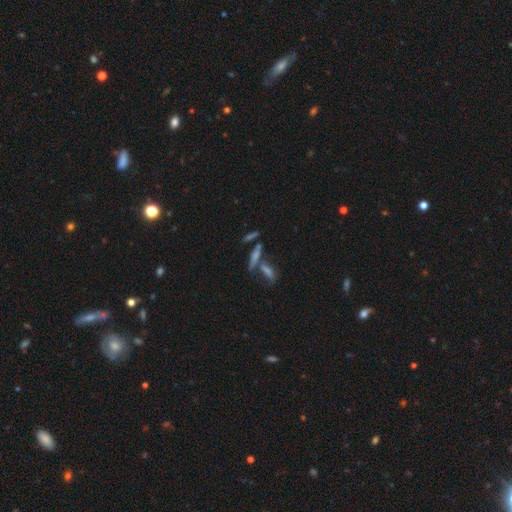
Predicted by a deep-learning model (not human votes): A featured or disk galaxy (40%).

Vote fractions:
- Smooth or featured? featured or disk: 40% / smooth: 37% / star or artifact: 23%
- Merging? none: 48% / merger: 36% / minor disturbance: 10% / major disturbance: 6%